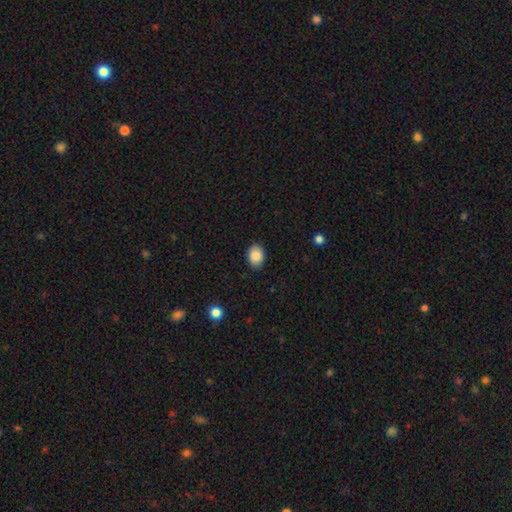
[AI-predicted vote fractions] Smooth or featured? Predicted: smooth (p=0.87). How rounded? Predicted: in between (p=0.74). Merging? Predicted: none (p=0.87).